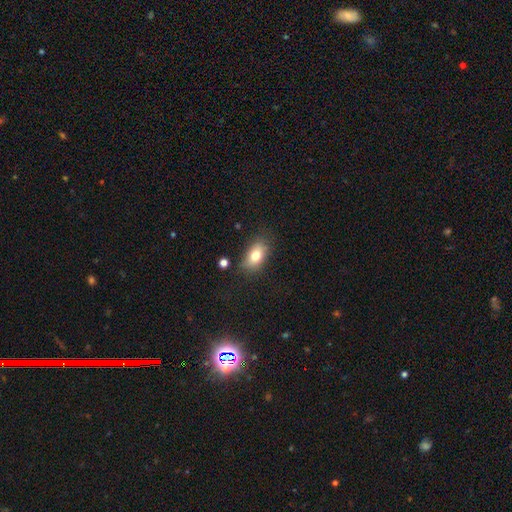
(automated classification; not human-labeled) Smooth or featured? smooth (76%)
How rounded? in between (85%)
Merging? none (72%)